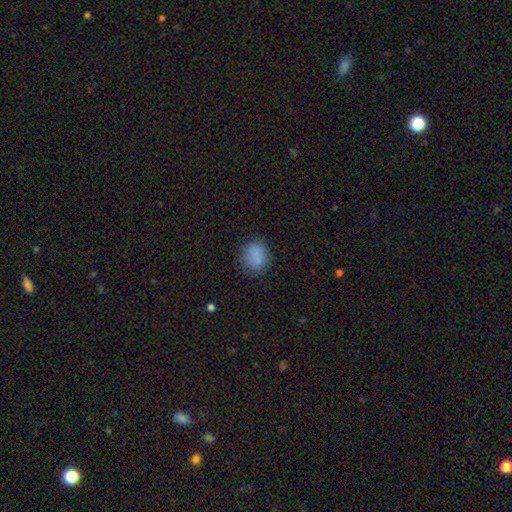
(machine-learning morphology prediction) smooth-or-featured: smooth: 84% | star or artifact: 11% | featured or disk: 5%
  how-rounded: round: 74% | in between: 25% | cigar-shaped: 1%
  merging: none: 81% | minor disturbance: 13% | major disturbance: 4% | merger: 2%